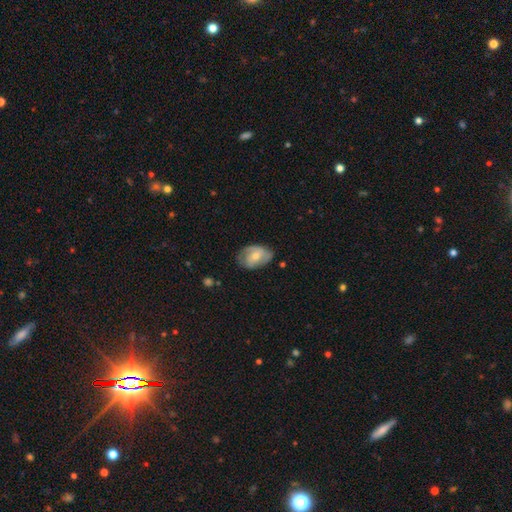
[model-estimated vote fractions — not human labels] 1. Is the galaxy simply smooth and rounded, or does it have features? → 49% featured or disk, 45% smooth, 6% star or artifact.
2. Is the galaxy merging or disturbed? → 61% none, 28% minor disturbance, 9% major disturbance, 2% merger.